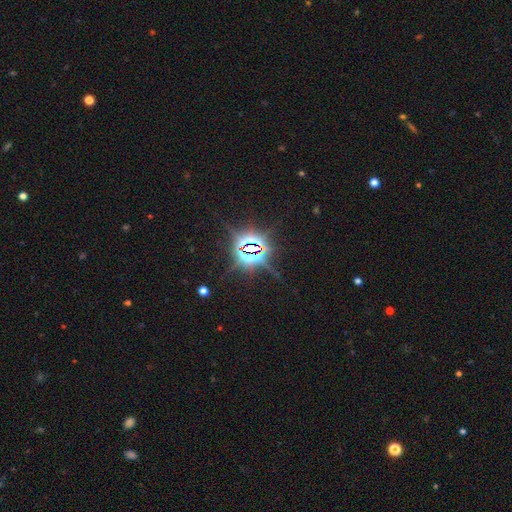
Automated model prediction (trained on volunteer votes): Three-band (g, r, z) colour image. It shows a star or artifact, not a galaxy (84%).